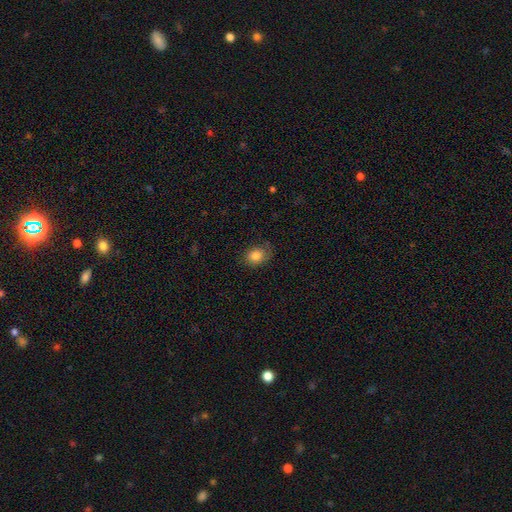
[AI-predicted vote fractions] smooth-or-featured: smooth: 83% | star or artifact: 9% | featured or disk: 8%
  how-rounded: in between: 54% | round: 45% | cigar-shaped: 1%
  merging: none: 68% | minor disturbance: 23% | major disturbance: 8% | merger: 1%